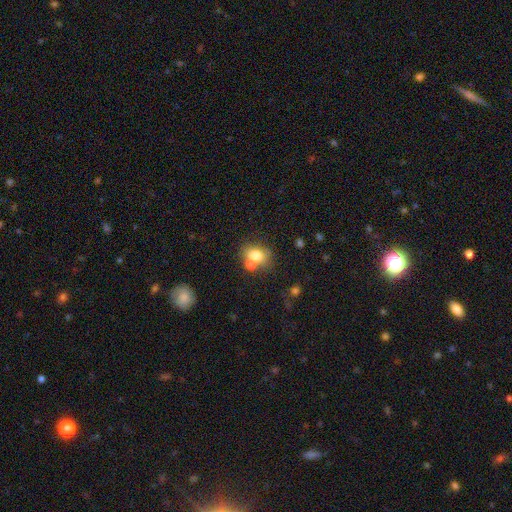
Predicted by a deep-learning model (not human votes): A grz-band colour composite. It shows a smooth galaxy with no disk features (76%) that is in between round and cigar-shaped (61%). Merging: none (51%).